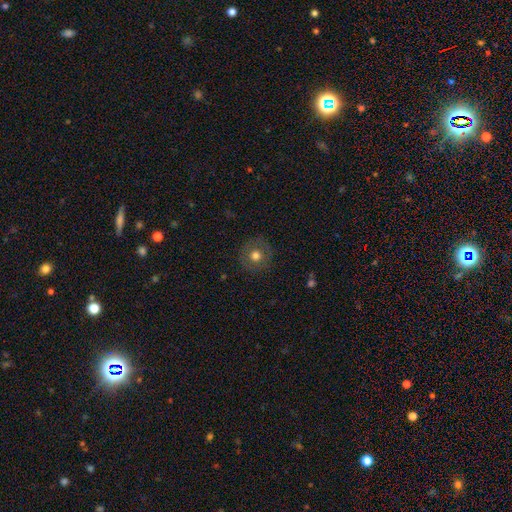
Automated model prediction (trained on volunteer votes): smooth_or_featured: smooth (p=0.67) [alt: featured or disk p=0.24]
how_rounded: round (p=0.93) [alt: in between p=0.06]
merging: none (p=0.87) [alt: minor disturbance p=0.09]